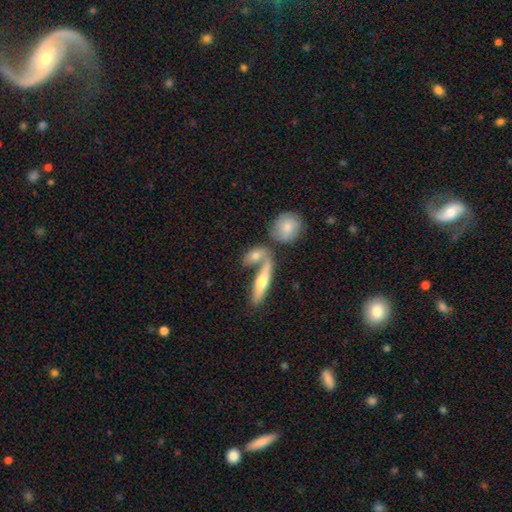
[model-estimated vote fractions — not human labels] The model was most divided on "how rounded" (2-way tie): cigar-shaped: 45%, in between: 45%, round: 10%. Remaining: smooth or featured — smooth (51%); merging — none (46%).